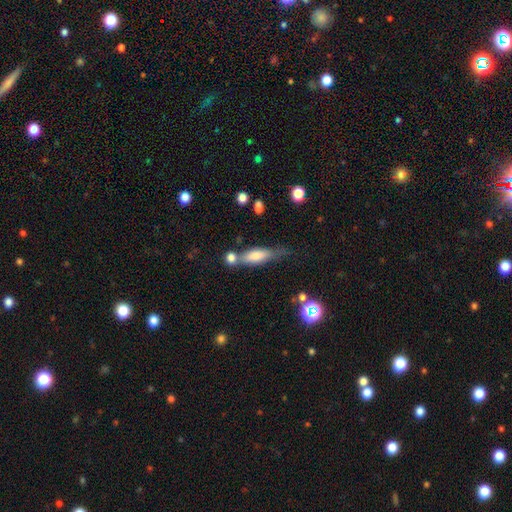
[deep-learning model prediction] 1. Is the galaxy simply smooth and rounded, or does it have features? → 65% smooth, 26% featured or disk, 9% star or artifact.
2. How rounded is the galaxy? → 54% cigar-shaped, 43% in between, 3% round.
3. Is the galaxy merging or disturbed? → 43% none, 26% merger, 22% minor disturbance, 10% major disturbance.